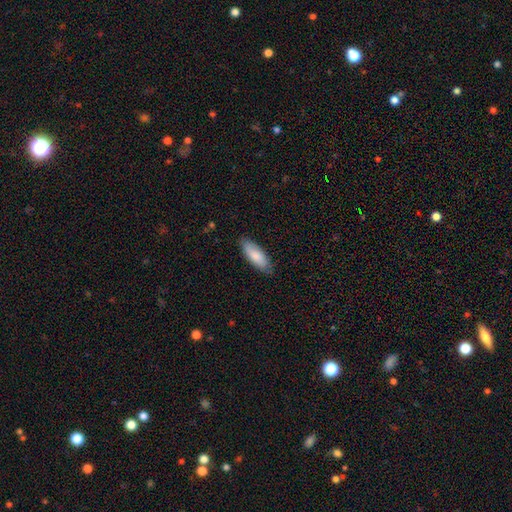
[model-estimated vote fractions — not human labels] A smooth galaxy with no disk features (81%) that is in between round and cigar-shaped (68%).

Vote fractions:
- Smooth or featured? smooth: 81% / featured or disk: 14% / star or artifact: 5%
- How rounded? in between: 68% / cigar-shaped: 30% / round: 2%
- Merging? none: 83% / minor disturbance: 14% / major disturbance: 2% / merger: 1%